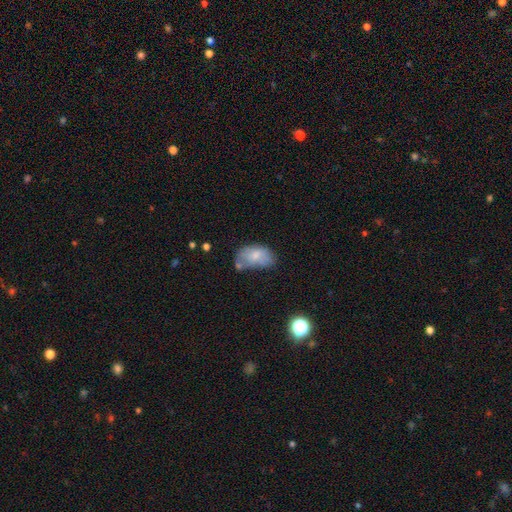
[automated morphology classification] Smooth or featured? smooth (68%)
How rounded? in between (90%)
Merging? none (35%)